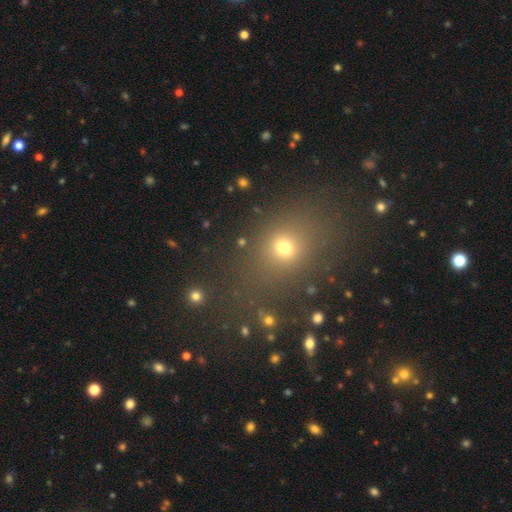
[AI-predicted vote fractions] Smooth or featured: smooth — 55% (star or artifact — 35%)
How rounded: round — 53% (in between — 44%)
Merging: none — 84% (minor disturbance — 9%)